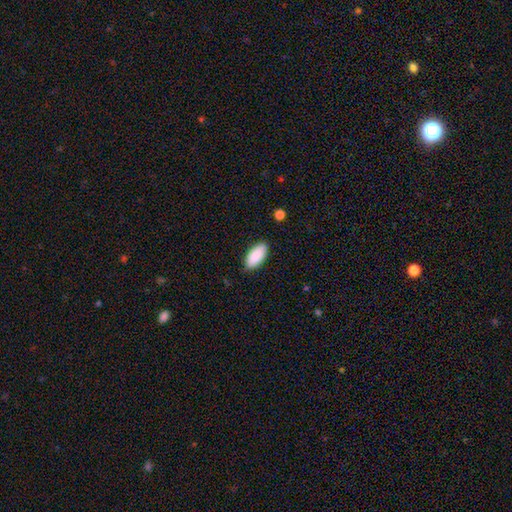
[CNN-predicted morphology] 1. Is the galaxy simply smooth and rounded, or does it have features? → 90% smooth, 6% star or artifact, 4% featured or disk.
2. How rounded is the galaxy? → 90% in between, 8% cigar-shaped, 2% round.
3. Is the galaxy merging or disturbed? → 86% none, 11% minor disturbance, 2% major disturbance, 1% merger.